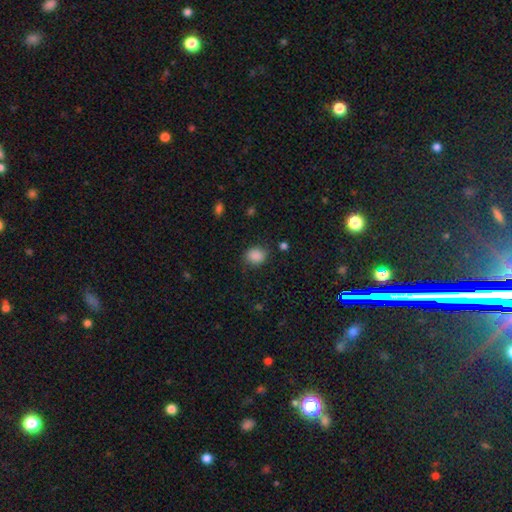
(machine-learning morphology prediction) Smooth or featured? smooth (87%)
How rounded? round (61%)
Merging? none (79%)